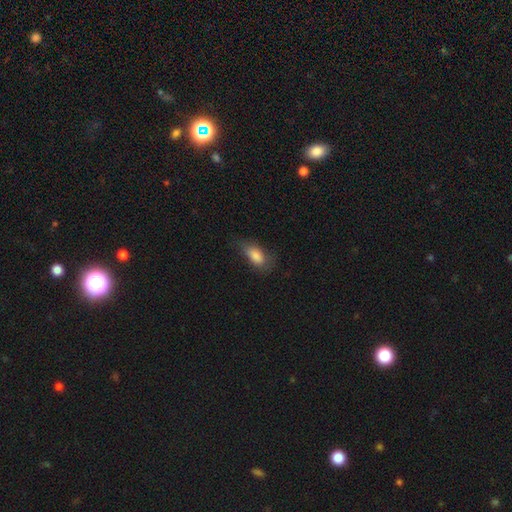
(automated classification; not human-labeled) Q: Smooth or featured?
A: smooth (82%); runner-up: featured or disk (9%)
Q: How rounded?
A: in between (87%); runner-up: cigar-shaped (7%)
Q: Merging?
A: none (57%); runner-up: minor disturbance (29%)